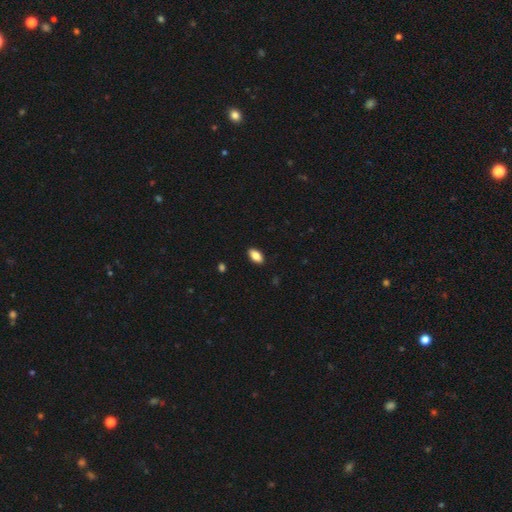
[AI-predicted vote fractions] Smooth or featured: smooth — 86% (star or artifact — 7%)
How rounded: in between — 92% (cigar-shaped — 4%)
Merging: none — 89% (minor disturbance — 8%)